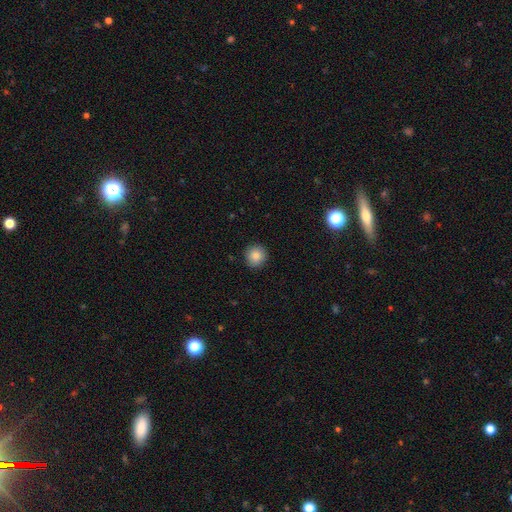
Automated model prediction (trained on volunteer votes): This appears to be a smooth galaxy with no disk features (86%) that is round (93%). Merging: none (91%).